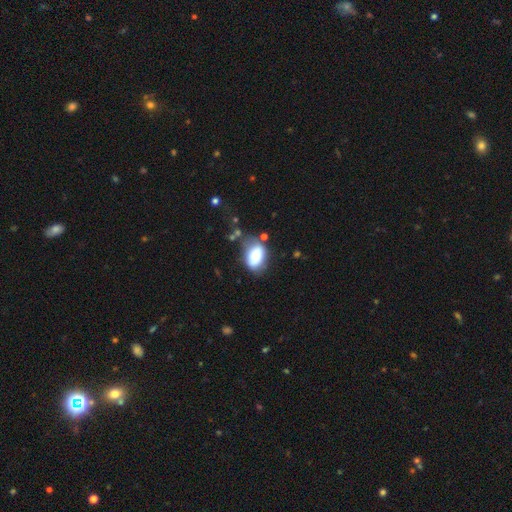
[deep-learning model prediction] Smooth or featured? Predicted: smooth (p=0.72). How rounded? Predicted: in between (p=0.83). Merging? Predicted: none (p=0.57).